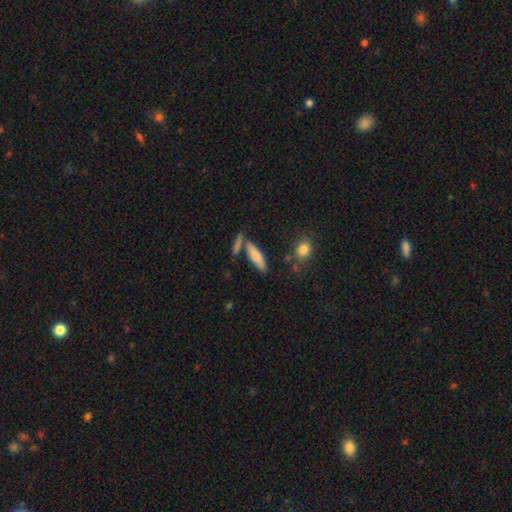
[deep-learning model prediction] Smooth or featured? smooth (74%)
How rounded? cigar-shaped (55%)
Merging? none (67%)